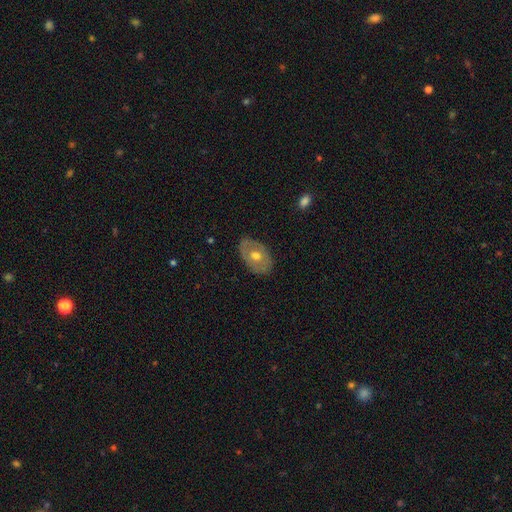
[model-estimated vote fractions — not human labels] Smooth or featured?
  - featured or disk: 49% *
  - smooth: 45%
  - star or artifact: 6%
Merging?
  - none: 83% *
  - minor disturbance: 13%
  - major disturbance: 3%
  - merger: 1%